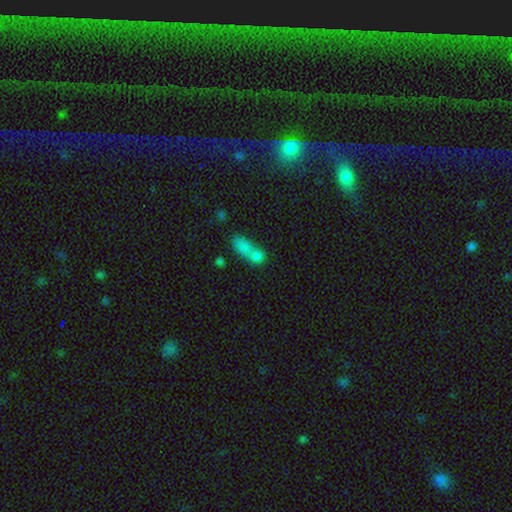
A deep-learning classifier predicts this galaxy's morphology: Smooth or featured: smooth — 75% (featured or disk — 13%)
How rounded: in between — 63% (round — 27%)
Merging: merger — 66% (none — 20%)